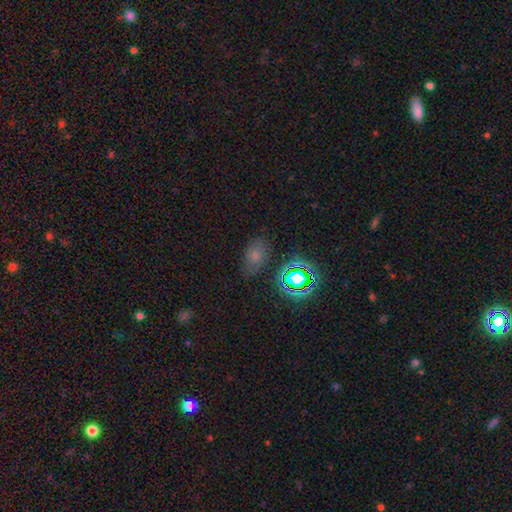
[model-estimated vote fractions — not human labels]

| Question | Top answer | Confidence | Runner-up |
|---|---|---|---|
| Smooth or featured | smooth | 61% | star or artifact (26%) |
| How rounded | in between | 82% | round (17%) |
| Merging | none | 73% | minor disturbance (18%) |